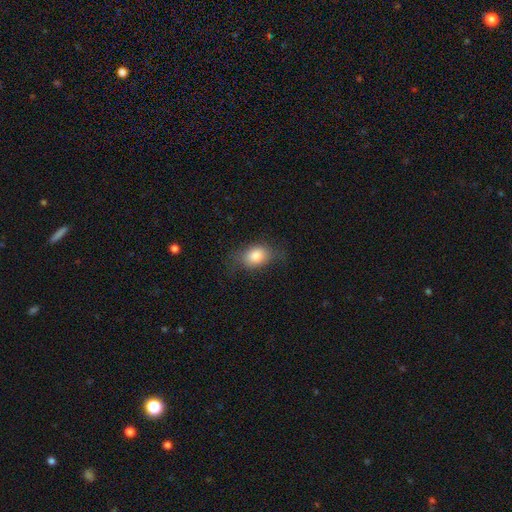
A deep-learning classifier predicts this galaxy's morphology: A smooth galaxy with no disk features (83%) that is in between round and cigar-shaped (75%).

Vote fractions:
- Smooth or featured? smooth: 83% / featured or disk: 9% / star or artifact: 8%
- How rounded? in between: 75% / round: 23% / cigar-shaped: 2%
- Merging? none: 65% / minor disturbance: 24% / major disturbance: 10% / merger: 1%